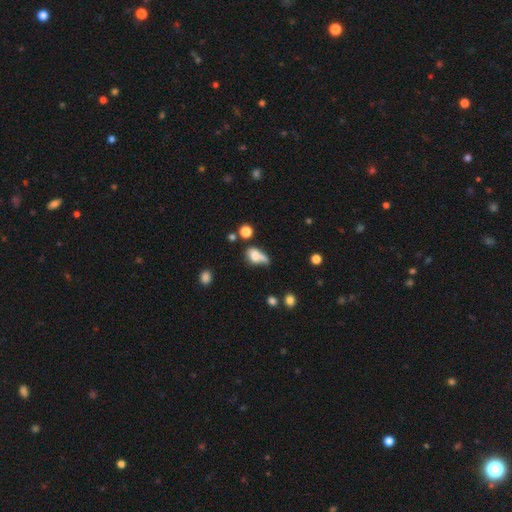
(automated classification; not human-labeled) Smooth or featured?
  - smooth: 70% *
  - featured or disk: 19%
  - star or artifact: 11%
How rounded?
  - in between: 73% *
  - round: 22%
  - cigar-shaped: 5%
Merging?
  - merger: 33% *
  - none: 24%
  - major disturbance: 23%
  - minor disturbance: 20%